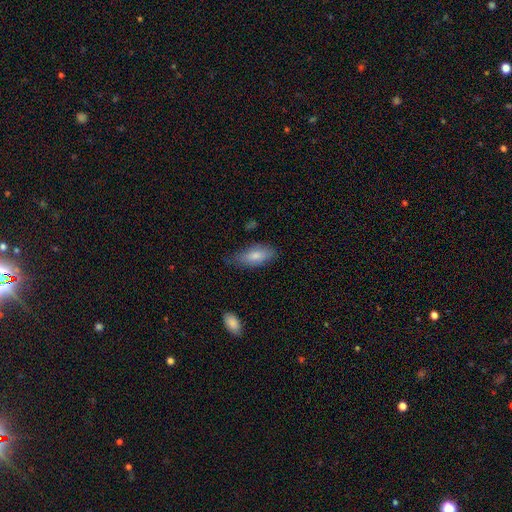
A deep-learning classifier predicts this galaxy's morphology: A smooth galaxy with no disk features (78%) that is in between round and cigar-shaped (78%).

Vote fractions:
- Smooth or featured? smooth: 78% / featured or disk: 16% / star or artifact: 6%
- How rounded? in between: 78% / cigar-shaped: 20% / round: 2%
- Merging? none: 69% / minor disturbance: 24% / major disturbance: 5% / merger: 2%